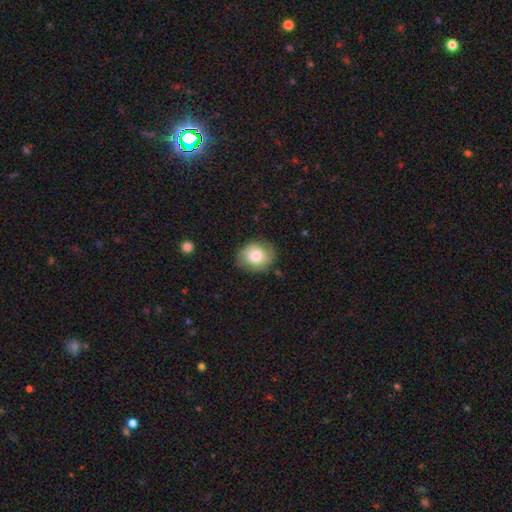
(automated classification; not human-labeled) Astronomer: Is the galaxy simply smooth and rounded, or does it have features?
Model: smooth — 66%.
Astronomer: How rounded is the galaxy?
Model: round — 57% (runner-up: in between, 42%).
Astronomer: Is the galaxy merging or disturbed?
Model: none — 75%.